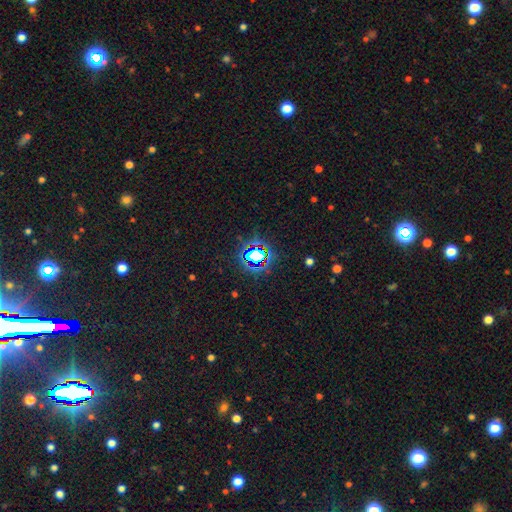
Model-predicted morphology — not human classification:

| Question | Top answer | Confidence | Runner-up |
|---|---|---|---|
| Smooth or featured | star or artifact | 73% | smooth (16%) |